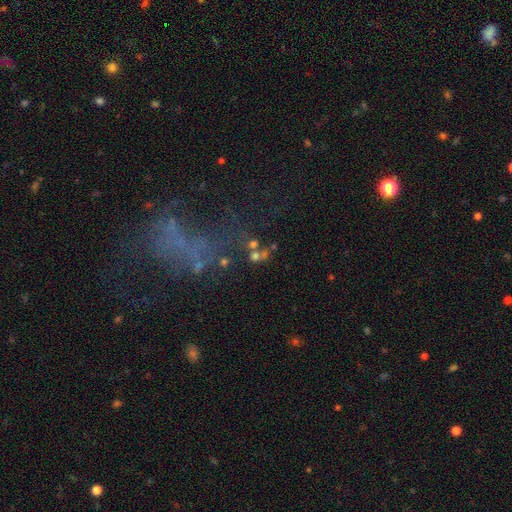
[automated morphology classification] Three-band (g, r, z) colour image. It shows a smooth galaxy with no disk features (53%) that is round (81%). Merging: none (49%).